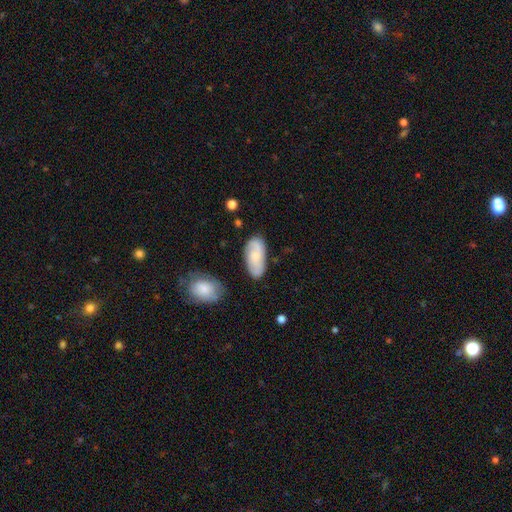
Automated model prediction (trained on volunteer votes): Morphology: type=smooth (55%); roundness=in between (90%); merging=none (75%).